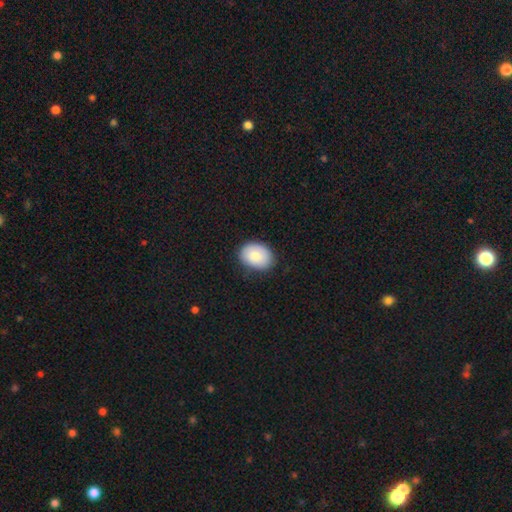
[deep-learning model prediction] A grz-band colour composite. It shows a smooth galaxy with no disk features (82%) that is in between round and cigar-shaped (70%). Merging: none (82%).